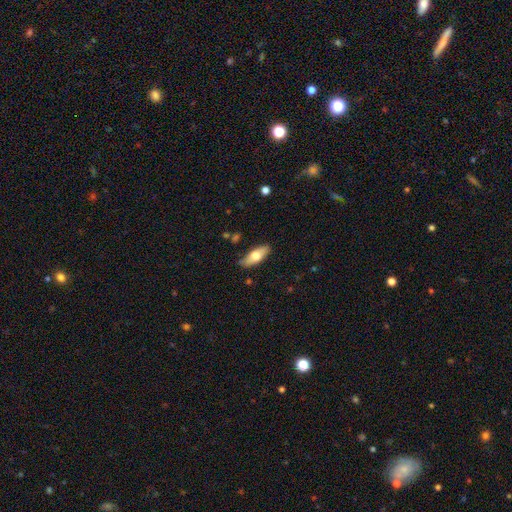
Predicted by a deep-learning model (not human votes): smooth 63%, featured or disk 32%, star or artifact 6%. Down the decision tree: how rounded — in between (75%); merging — none (83%).